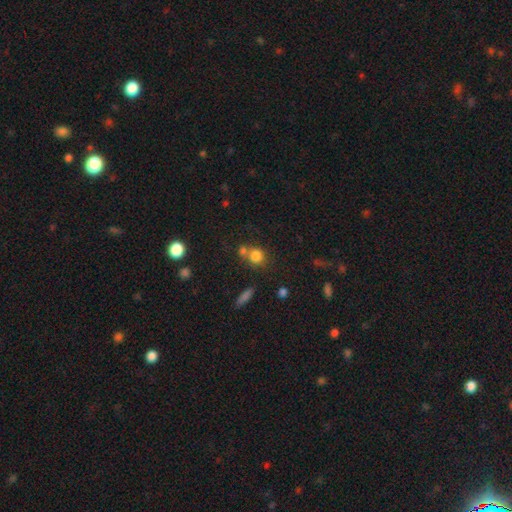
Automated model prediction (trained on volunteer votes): Smooth or featured? smooth (79%)
How rounded? round (79%)
Merging? none (50%)